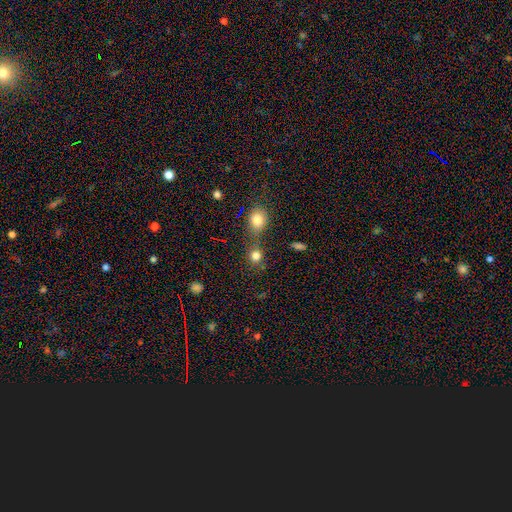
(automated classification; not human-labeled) Smooth or featured?
  - smooth: 80% *
  - star or artifact: 14%
  - featured or disk: 6%
How rounded?
  - round: 86% *
  - in between: 13%
  - cigar-shaped: 1%
Merging?
  - none: 58% *
  - merger: 29%
  - minor disturbance: 9%
  - major disturbance: 4%